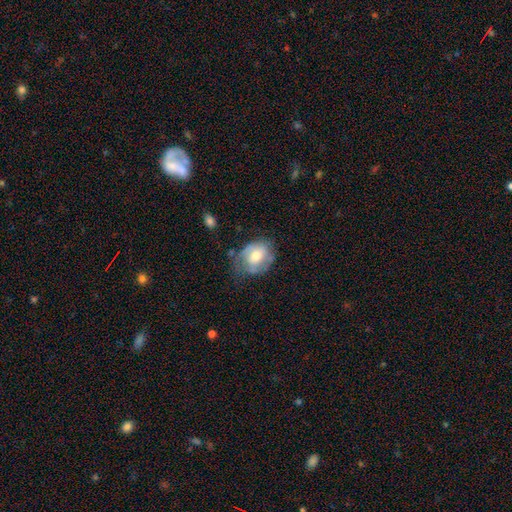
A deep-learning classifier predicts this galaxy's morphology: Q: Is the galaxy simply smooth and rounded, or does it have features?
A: smooth — 47%.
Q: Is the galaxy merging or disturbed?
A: none — 52%.